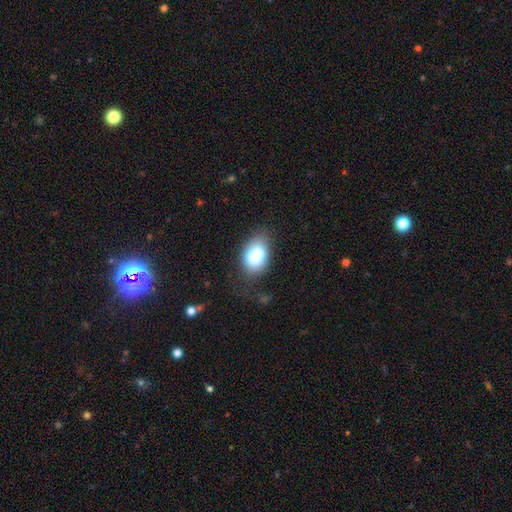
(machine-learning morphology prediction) Smooth or featured? Predicted: smooth (p=0.78). How rounded? Predicted: in between (p=0.86). Merging? Predicted: none (p=0.57).